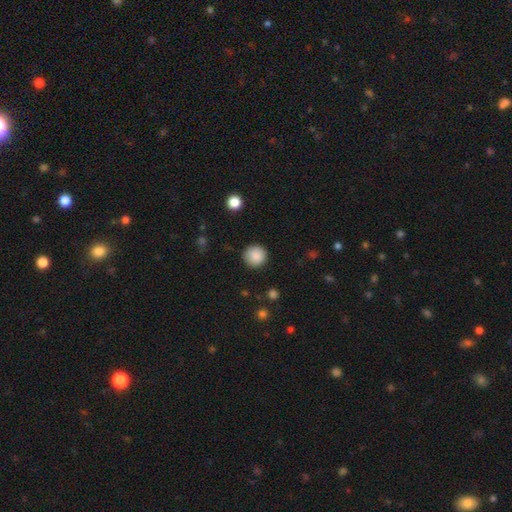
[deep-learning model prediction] This is clearly a smooth galaxy (87%). How rounded: clearly round (95%). Merging: clearly none (90%).